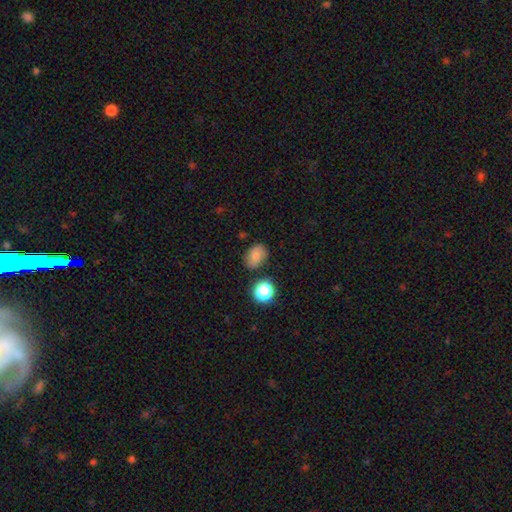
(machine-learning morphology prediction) Smooth or featured? smooth (73%)
How rounded? in between (68%)
Merging? none (75%)